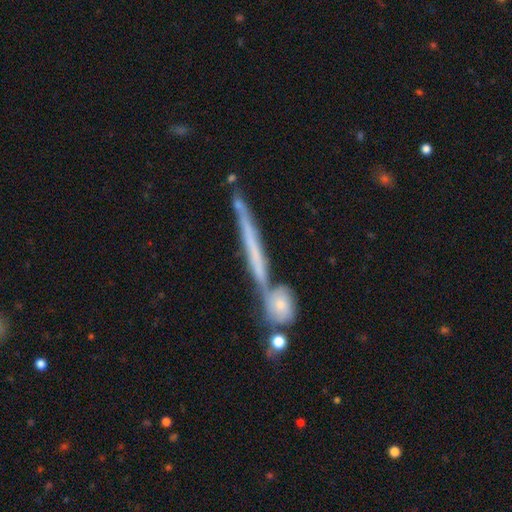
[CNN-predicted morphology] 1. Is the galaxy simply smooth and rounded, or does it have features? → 58% featured or disk, 30% smooth, 12% star or artifact.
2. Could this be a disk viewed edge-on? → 91% yes, 9% no.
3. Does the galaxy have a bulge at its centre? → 83% none, 11% rounded, 6% boxy.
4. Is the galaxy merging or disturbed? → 66% none, 18% merger, 11% minor disturbance, 5% major disturbance.